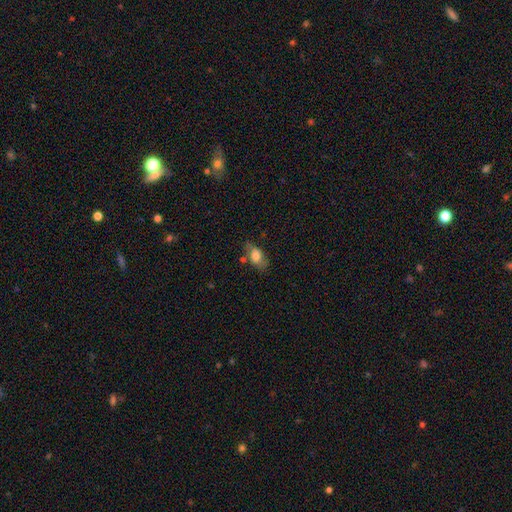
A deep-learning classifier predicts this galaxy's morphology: type=smooth (71%); roundness=in between (89%); merging=none (62%).